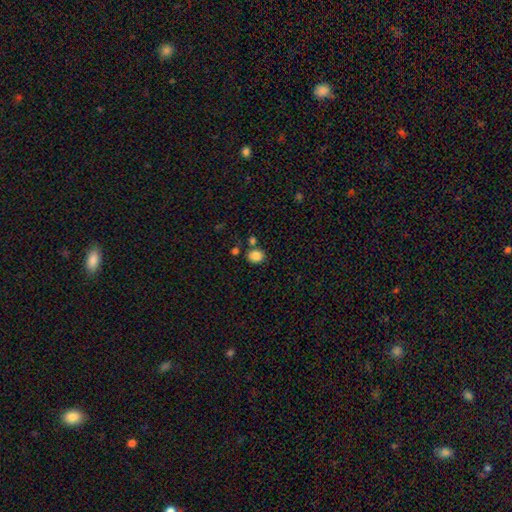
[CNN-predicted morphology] Smooth or featured: smooth — 85% (star or artifact — 10%)
How rounded: round — 60% (in between — 39%)
Merging: none — 76% (merger — 11%)